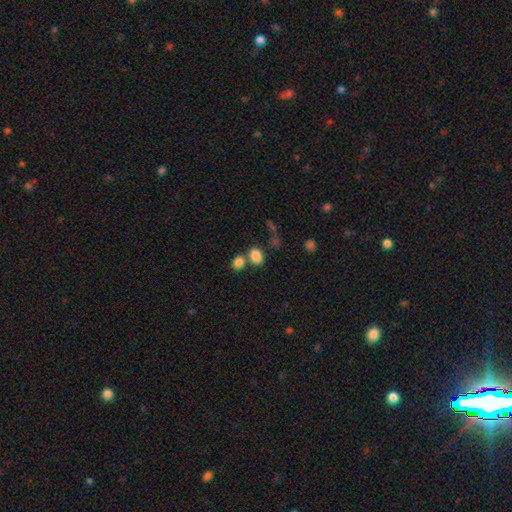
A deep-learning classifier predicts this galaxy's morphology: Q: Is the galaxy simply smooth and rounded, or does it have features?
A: smooth — 84%.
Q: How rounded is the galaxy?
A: in between — 67%.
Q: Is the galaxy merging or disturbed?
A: none — 52%.